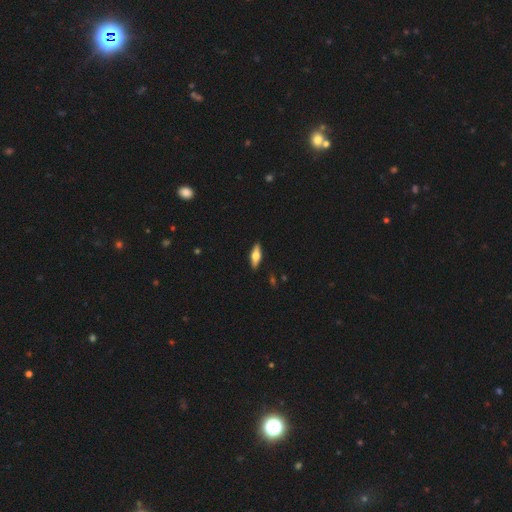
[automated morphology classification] The model was most divided on "smooth or featured": smooth: 50%, featured or disk: 44%, star or artifact: 6%. More confident: merging — none (89%).